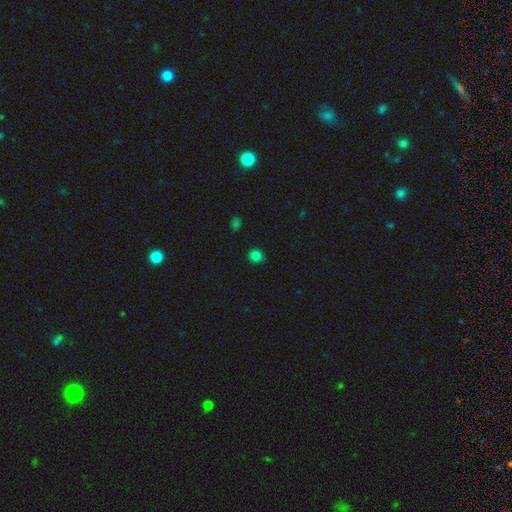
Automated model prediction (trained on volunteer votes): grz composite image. It shows a smooth galaxy with no disk features (81%) that is round (91%). Merging: none (91%).